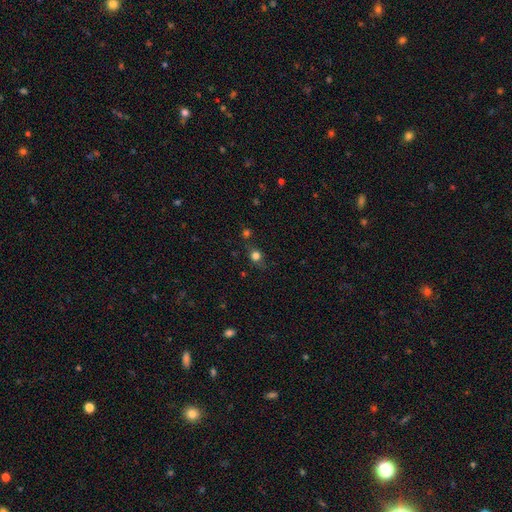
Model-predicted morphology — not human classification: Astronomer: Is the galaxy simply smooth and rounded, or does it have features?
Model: smooth — 73%.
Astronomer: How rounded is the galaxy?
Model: round — 81%.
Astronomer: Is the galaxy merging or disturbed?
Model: none — 72%.